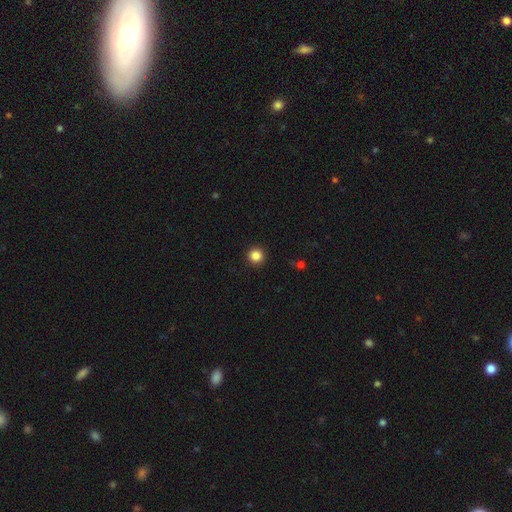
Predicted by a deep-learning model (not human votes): smooth-or-featured: smooth: 86% | star or artifact: 11% | featured or disk: 3%
  how-rounded: round: 96% | in between: 3% | cigar-shaped: 1%
  merging: none: 92% | minor disturbance: 5% | major disturbance: 2% | merger: 1%